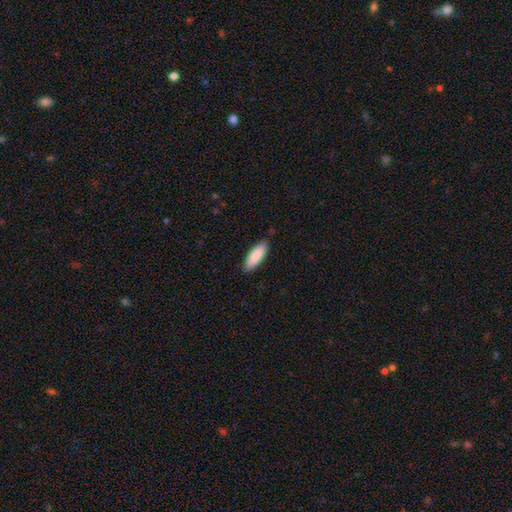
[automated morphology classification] A smooth galaxy with no disk features (88%) that is in between round and cigar-shaped (62%).

Vote fractions:
- Smooth or featured? smooth: 88% / featured or disk: 6% / star or artifact: 5%
- How rounded? in between: 62% / cigar-shaped: 37% / round: 1%
- Merging? none: 87% / minor disturbance: 10% / major disturbance: 2% / merger: 1%